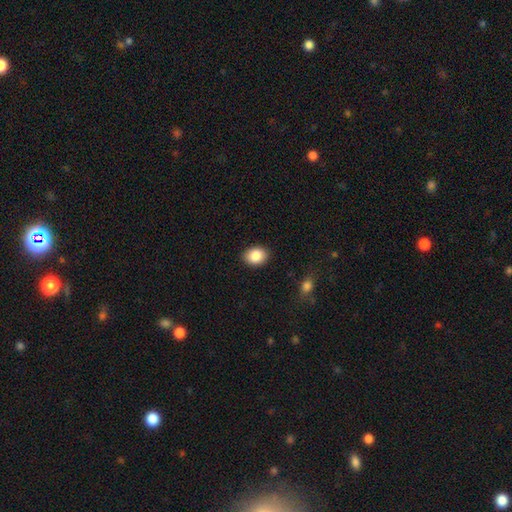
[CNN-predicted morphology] Smooth or featured: smooth — 86% (star or artifact — 8%)
How rounded: in between — 59% (round — 40%)
Merging: none — 90% (minor disturbance — 7%)